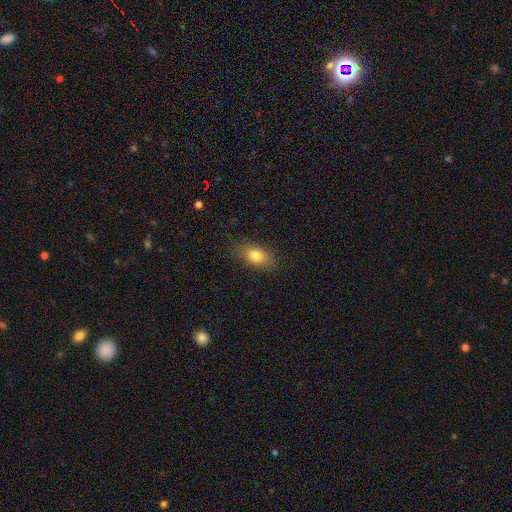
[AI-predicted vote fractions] Smooth or featured? Predicted: smooth (p=0.78). How rounded? Predicted: in between (p=0.82). Merging? Predicted: none (p=0.83).